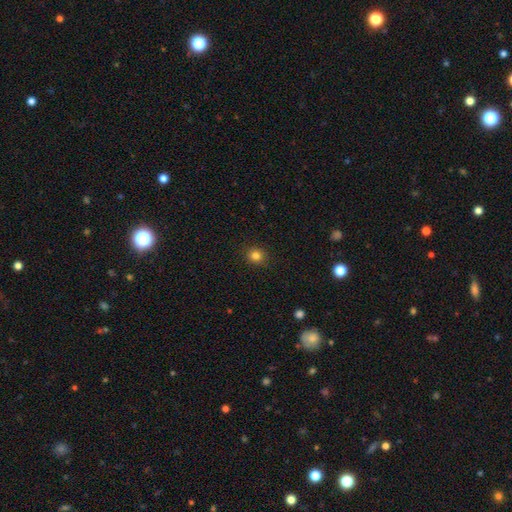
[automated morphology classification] type=smooth (82%); roundness=round (87%); merging=none (91%).